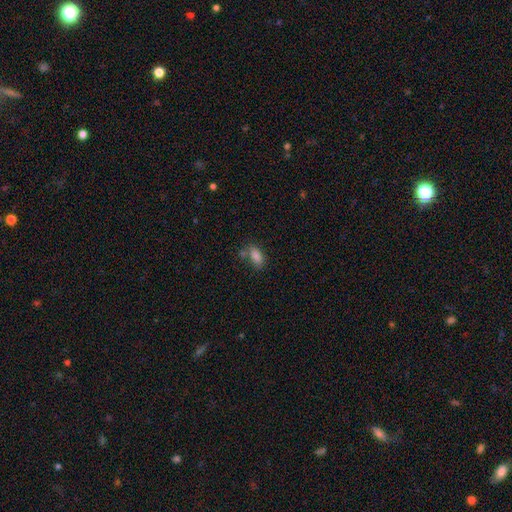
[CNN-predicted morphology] This is clearly a smooth galaxy (83%). How rounded: clearly in between (88%). Merging: likely none (62%).